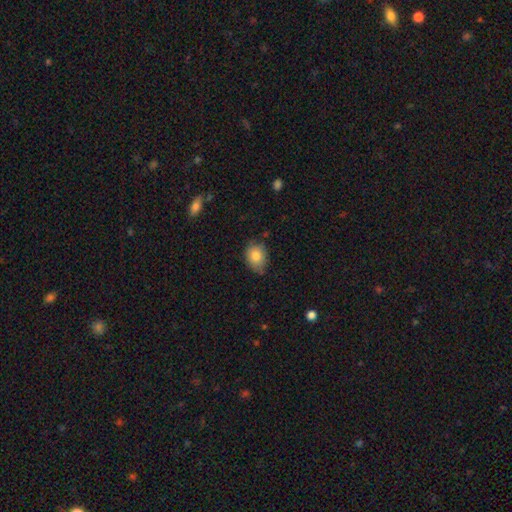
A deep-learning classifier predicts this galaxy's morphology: This is clearly a smooth galaxy (83%). How rounded: possibly in between (57%). Merging: likely none (67%).